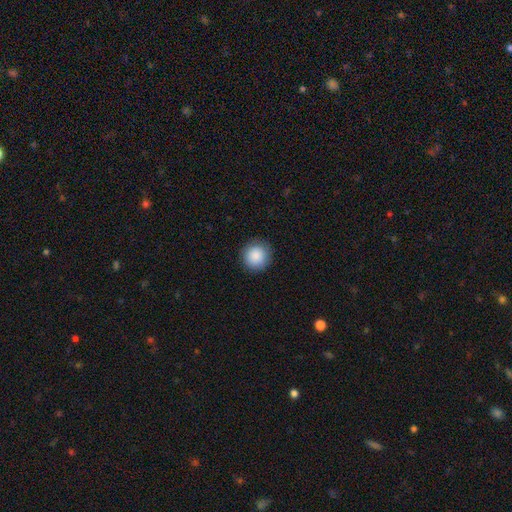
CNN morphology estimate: type=smooth (88%); roundness=round (94%); merging=none (90%).